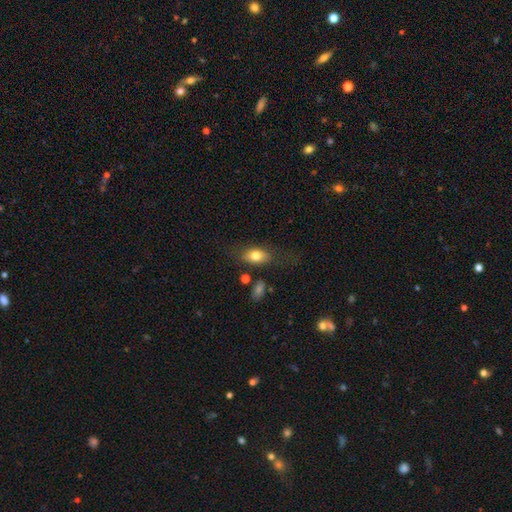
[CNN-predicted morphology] smooth_or_featured: smooth (p=0.78) [alt: featured or disk p=0.15]
how_rounded: in between (p=0.84) [alt: round p=0.11]
merging: none (p=0.67) [alt: minor disturbance p=0.19]